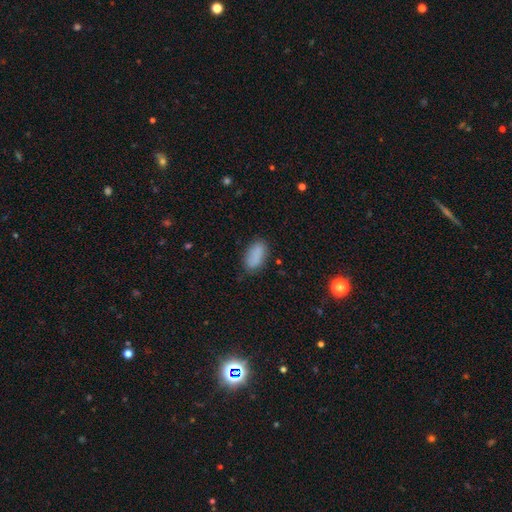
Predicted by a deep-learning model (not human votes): Smooth or featured?
  - smooth: 86% *
  - star or artifact: 8%
  - featured or disk: 6%
How rounded?
  - in between: 91% *
  - cigar-shaped: 5%
  - round: 4%
Merging?
  - none: 79% *
  - minor disturbance: 16%
  - major disturbance: 4%
  - merger: 2%